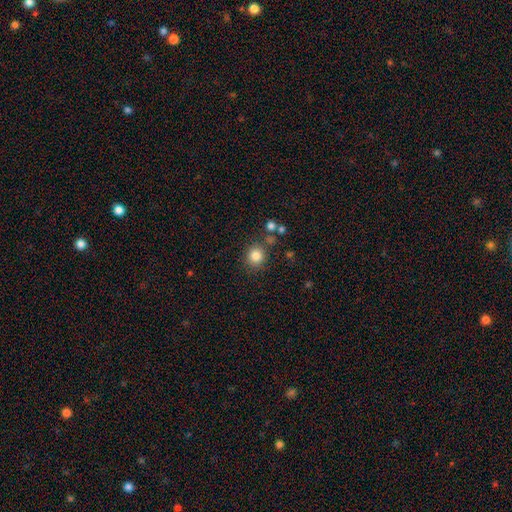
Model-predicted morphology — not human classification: Smooth or featured? smooth (83%)
How rounded? round (87%)
Merging? none (81%)